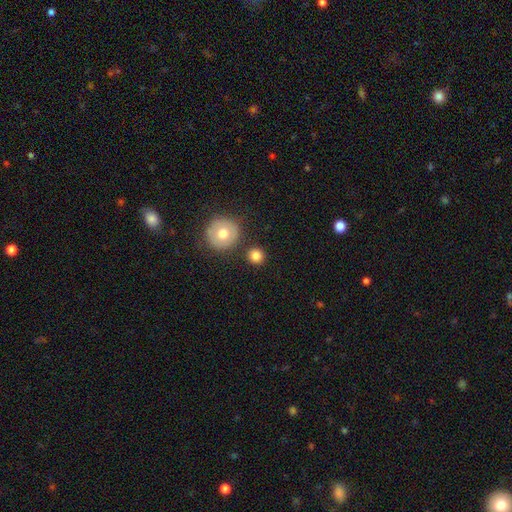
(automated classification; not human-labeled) The model was most divided on "smooth or featured": smooth: 81%, star or artifact: 10%, featured or disk: 8%. More confident: how rounded — round (93%); merging — none (84%).